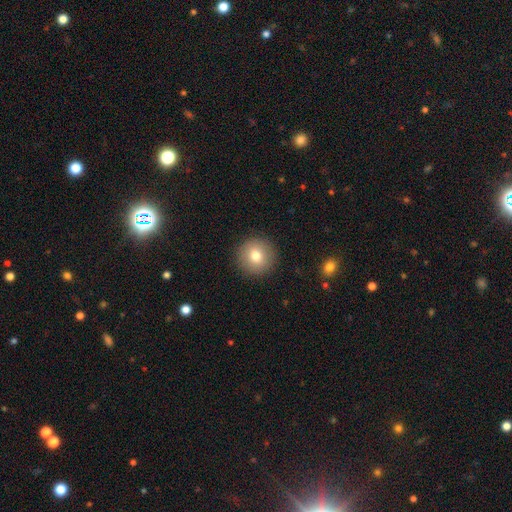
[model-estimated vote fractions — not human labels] Smooth or featured: smooth — 78% (featured or disk — 12%)
How rounded: round — 95% (in between — 4%)
Merging: none — 92% (minor disturbance — 5%)